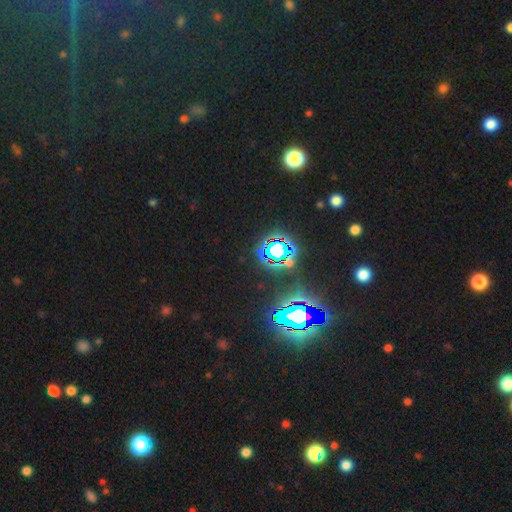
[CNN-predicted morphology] This is clearly a star or artifact rather than a galaxy (81%).